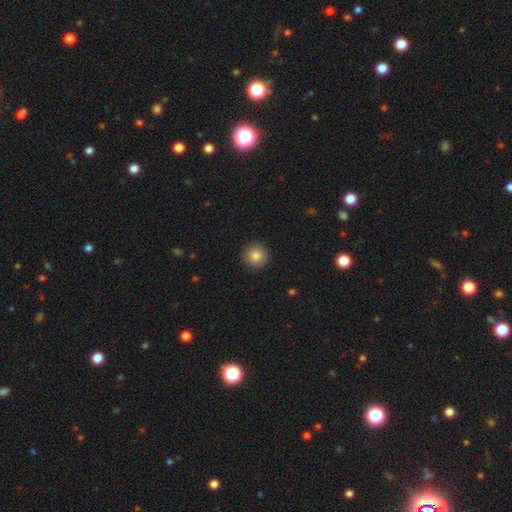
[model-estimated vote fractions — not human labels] smooth_or_featured: smooth (p=0.85) [alt: star or artifact p=0.09]
how_rounded: round (p=0.95) [alt: in between p=0.04]
merging: none (p=0.92) [alt: minor disturbance p=0.05]